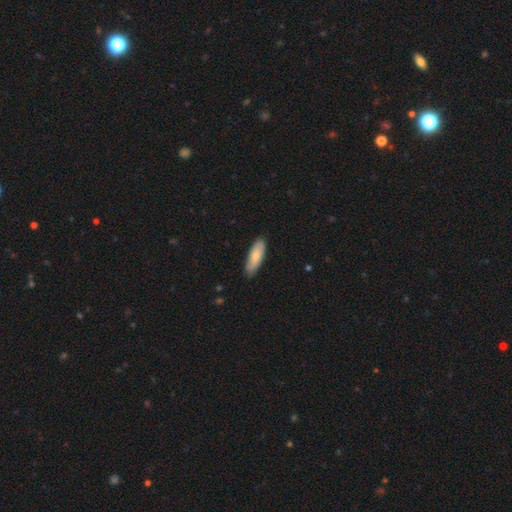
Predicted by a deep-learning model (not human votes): smooth-or-featured: smooth: 77% | featured or disk: 18% | star or artifact: 5%
  how-rounded: in between: 59% | cigar-shaped: 39% | round: 2%
  merging: none: 85% | minor disturbance: 12% | major disturbance: 2% | merger: 1%